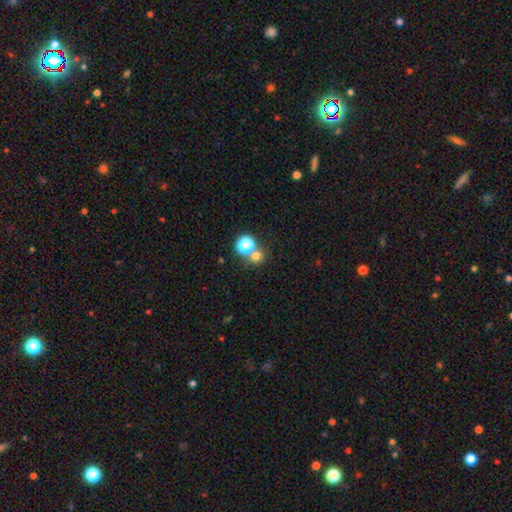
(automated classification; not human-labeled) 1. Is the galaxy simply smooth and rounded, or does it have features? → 69% smooth, 23% star or artifact, 7% featured or disk.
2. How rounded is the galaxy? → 88% round, 11% in between, 1% cigar-shaped.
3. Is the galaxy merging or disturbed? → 62% none, 28% merger, 7% minor disturbance, 3% major disturbance.